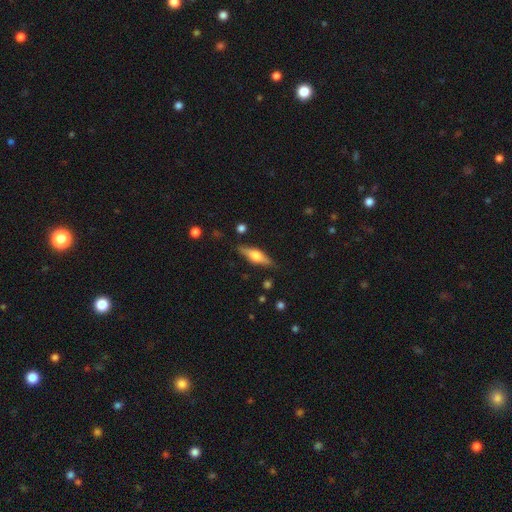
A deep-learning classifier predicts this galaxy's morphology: smooth-or-featured: featured or disk: 56% | smooth: 38% | star or artifact: 6%
  disk-edge-on: yes: 94% | no: 6%
    edge-on-bulge: rounded: 89% | boxy: 8% | none: 2%
  merging: none: 85% | minor disturbance: 11% | major disturbance: 3% | merger: 2%